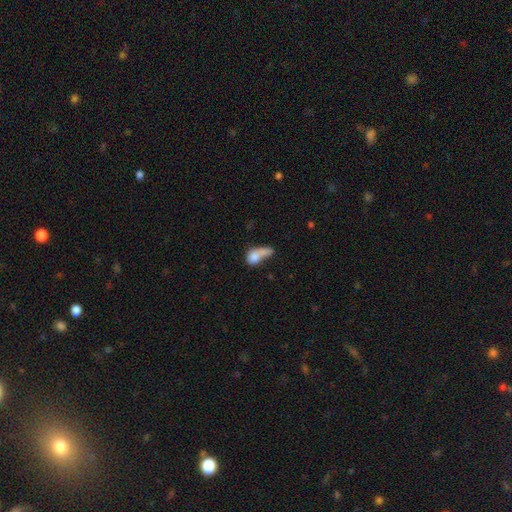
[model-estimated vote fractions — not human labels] smooth 74%, featured or disk 17%, star or artifact 9%. Down the decision tree: how rounded — in between (58%); merging — merger (55%).